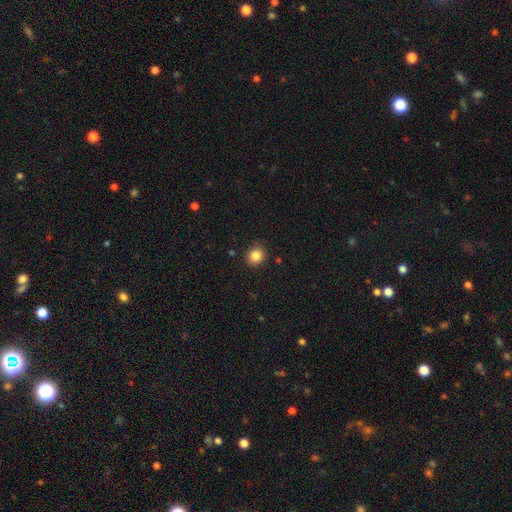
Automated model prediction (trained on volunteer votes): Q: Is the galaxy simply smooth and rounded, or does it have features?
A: smooth — 85%.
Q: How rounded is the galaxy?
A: round — 82%.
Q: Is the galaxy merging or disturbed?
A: none — 89%.